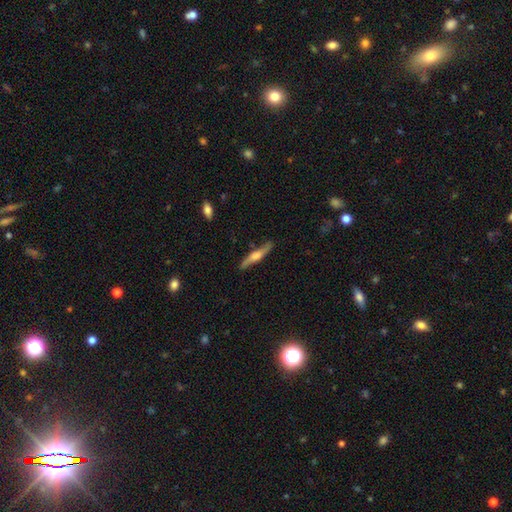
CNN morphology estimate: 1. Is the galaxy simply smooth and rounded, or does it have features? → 66% featured or disk, 28% smooth, 6% star or artifact.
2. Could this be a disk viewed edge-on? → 87% yes, 13% no.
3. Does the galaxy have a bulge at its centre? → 80% rounded, 14% boxy, 7% none.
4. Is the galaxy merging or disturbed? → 83% none, 13% minor disturbance, 3% major disturbance, 1% merger.